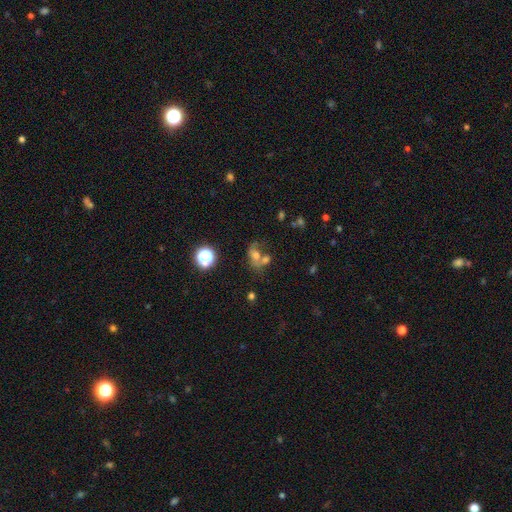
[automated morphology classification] Smooth or featured? smooth (53%)
How rounded? in between (58%)
Merging? merger (44%)